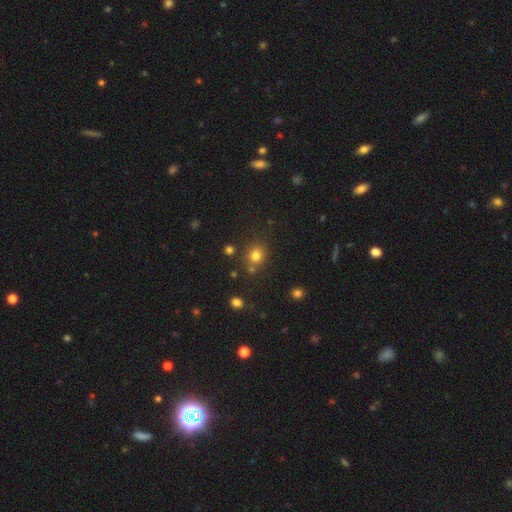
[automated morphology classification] Smooth or featured? smooth (77%)
How rounded? round (79%)
Merging? none (74%)